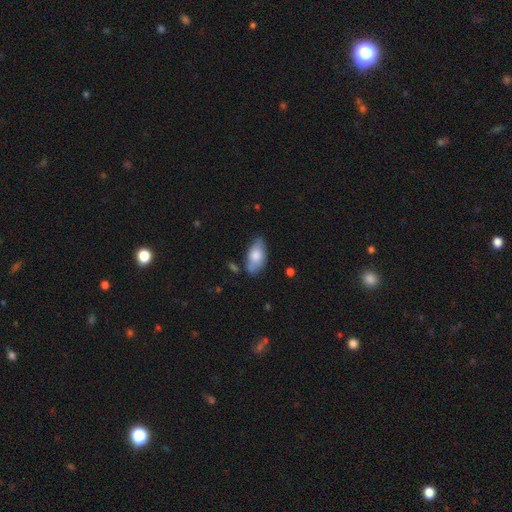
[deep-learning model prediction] Smooth or featured? Predicted: smooth (p=0.74). How rounded? Predicted: in between (p=0.93). Merging? Predicted: none (p=0.64).